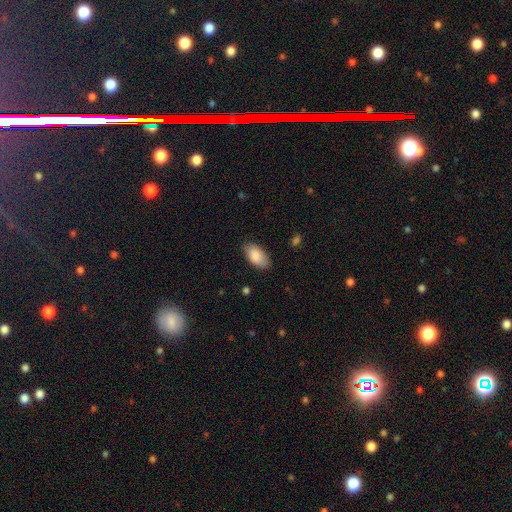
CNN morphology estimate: This is clearly a smooth galaxy (87%). How rounded: clearly in between (95%). Merging: clearly none (83%).